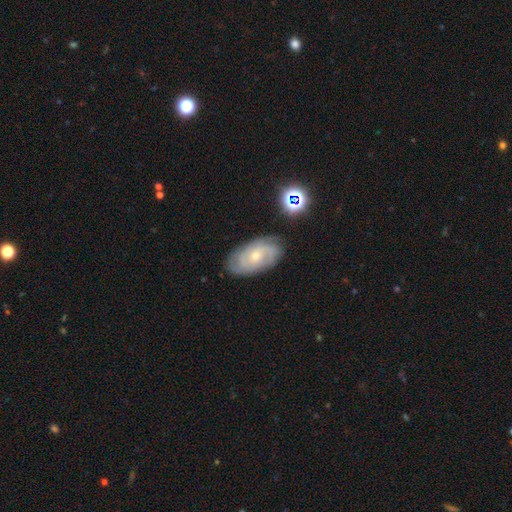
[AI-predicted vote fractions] A featured or disk galaxy (70%) with no bar (72%), tight (58%) spiral arms (91%) and a small central bulge (67%).

Vote fractions:
- Smooth or featured? featured or disk: 70% / smooth: 21% / star or artifact: 8%
- Edge-on disk? no: 95% / yes: 5%
- Bar? no: 72% / weak: 24% / strong: 4%
- Spiral arms? yes: 91% / no: 9%
- Spiral winding? tight: 58% / medium: 32% / loose: 10%
- Spiral arm count? can't tell: 40% / 2: 23% / 3: 19% / 4: 9% / 1: 4% / more than 4: 4%
- Bulge size? small: 67% / moderate: 29% / none: 2% / large: 1% / dominant: 1%
- Merging? none: 78% / minor disturbance: 16% / major disturbance: 4% / merger: 2%